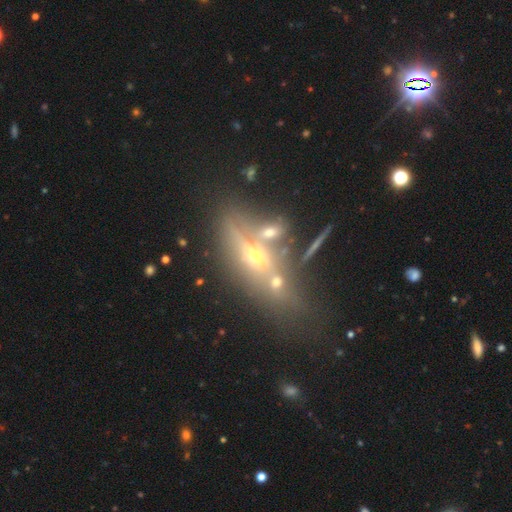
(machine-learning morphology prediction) The model was most divided on "merging": none: 45%, merger: 30%, minor disturbance: 14%, major disturbance: 11%. More confident: edge-on disk — yes (59%); smooth or featured — featured or disk (54%).